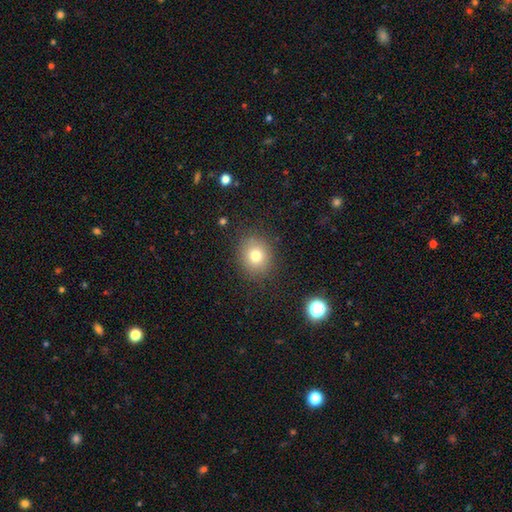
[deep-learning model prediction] smooth 76%, star or artifact 13%, featured or disk 11%. Down the decision tree: how rounded — round (77%); merging — none (85%).